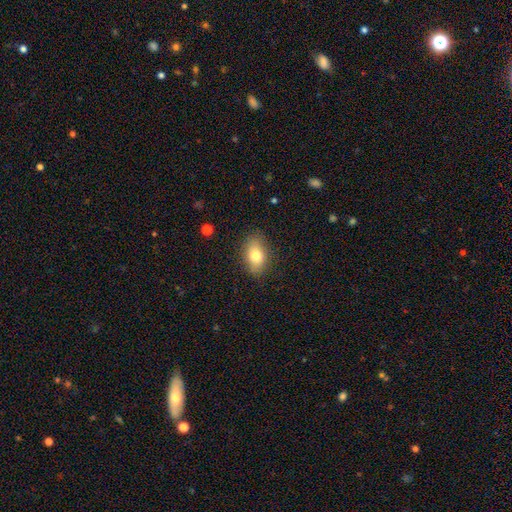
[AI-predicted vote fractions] smooth_or_featured: smooth (p=0.78) [alt: featured or disk p=0.14]
how_rounded: in between (p=0.86) [alt: round p=0.11]
merging: none (p=0.84) [alt: minor disturbance p=0.12]